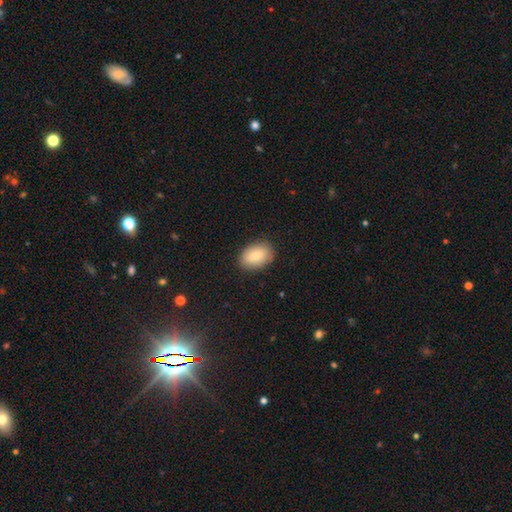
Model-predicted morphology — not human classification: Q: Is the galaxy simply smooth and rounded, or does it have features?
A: smooth — 85%.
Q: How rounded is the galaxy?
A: in between — 87%.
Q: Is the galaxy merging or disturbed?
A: none — 87%.